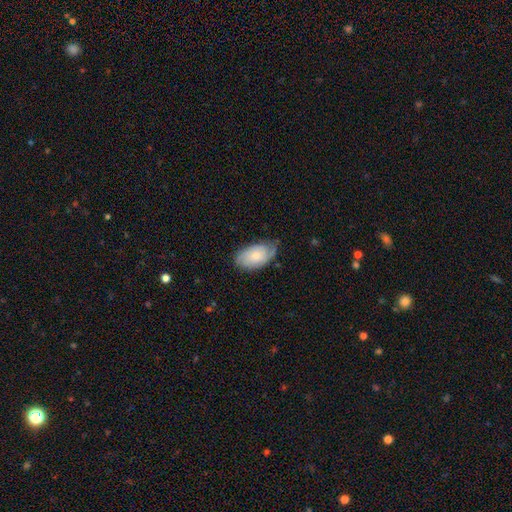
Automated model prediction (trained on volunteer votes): The model was most divided on "smooth or featured": smooth: 60%, featured or disk: 34%, star or artifact: 6%. More confident: how rounded — in between (93%); merging — none (60%).